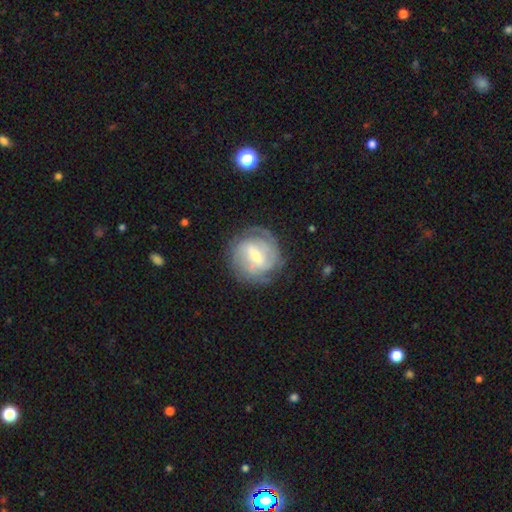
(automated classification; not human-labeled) smooth_or_featured: featured or disk (p=0.77) [alt: smooth p=0.17]
disk_edge_on: no (p=0.97) [alt: yes p=0.03]
bar: weak (p=0.52) [alt: strong p=0.30]
has_spiral_arms: yes (p=0.90) [alt: no p=0.10]
spiral_winding: tight (p=0.59) [alt: medium p=0.31]
spiral_arm_count: can't tell (p=0.36) [alt: 2 p=0.32]
bulge_size: moderate (p=0.47) [tied with: small p=0.47]
merging: none (p=0.77) [alt: minor disturbance p=0.15]